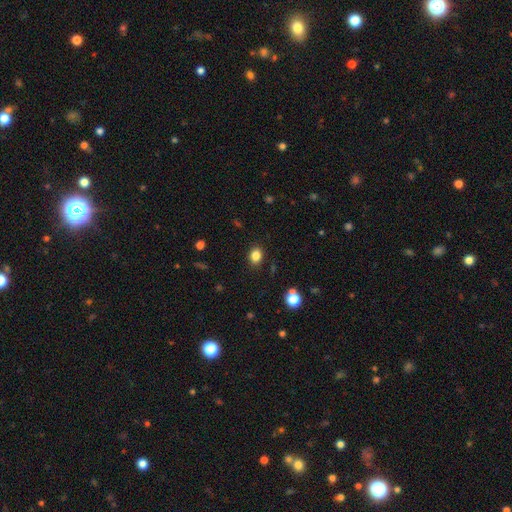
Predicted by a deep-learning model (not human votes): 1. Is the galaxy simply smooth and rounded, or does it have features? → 84% smooth, 11% star or artifact, 5% featured or disk.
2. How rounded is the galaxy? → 58% in between, 41% round, 1% cigar-shaped.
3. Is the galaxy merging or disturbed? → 87% none, 9% minor disturbance, 3% major disturbance, 2% merger.